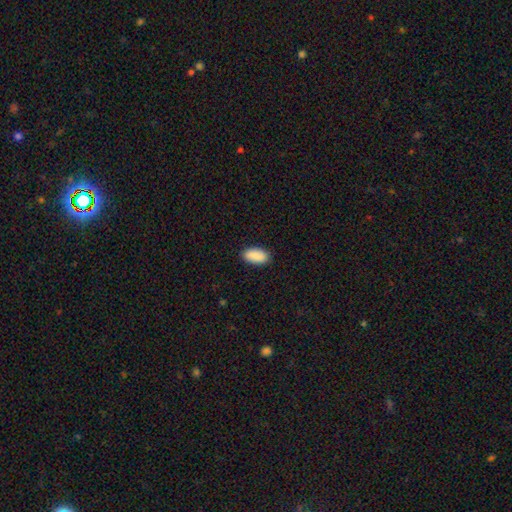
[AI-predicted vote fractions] A smooth galaxy with no disk features (91%) that is in between round and cigar-shaped (93%). Merging: none (90%).